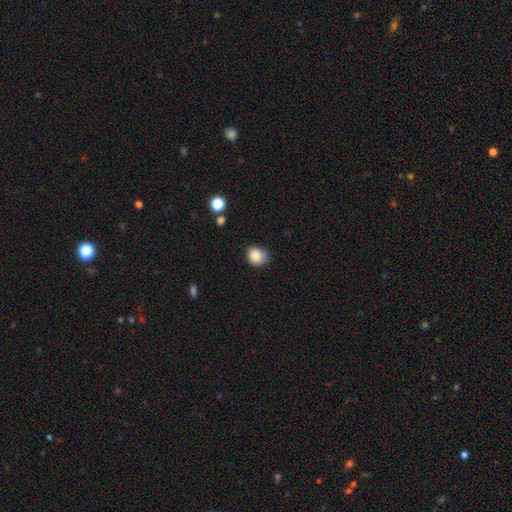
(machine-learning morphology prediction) This appears to be a smooth galaxy with no disk features (86%) that is round (64%). Merging: none (68%).